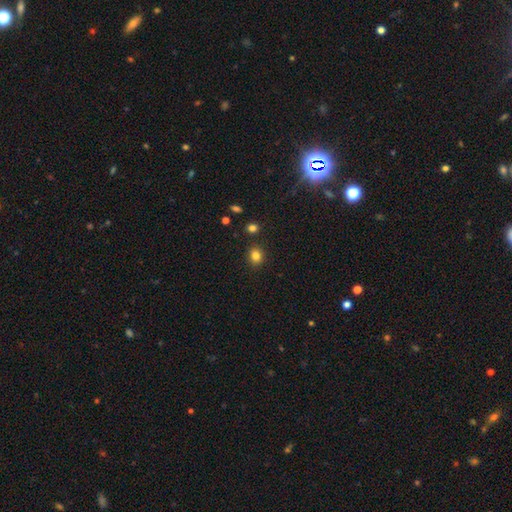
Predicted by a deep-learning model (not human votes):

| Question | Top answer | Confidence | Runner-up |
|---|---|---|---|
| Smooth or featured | smooth | 83% | star or artifact (12%) |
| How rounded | round | 69% | in between (31%) |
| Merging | none | 88% | minor disturbance (7%) |